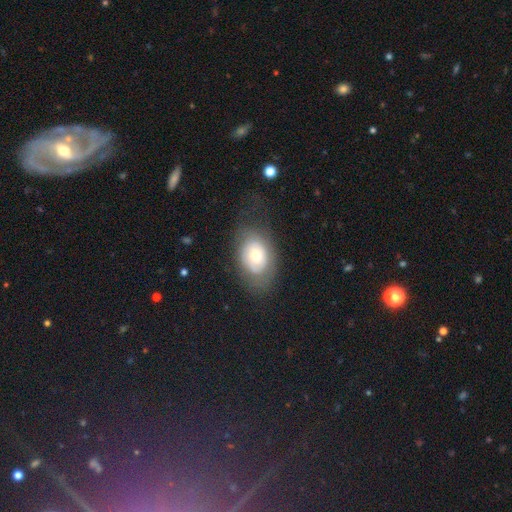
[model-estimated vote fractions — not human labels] smooth 56%, featured or disk 36%, star or artifact 8%. Down the decision tree: how rounded — in between (79%); merging — none (64%).